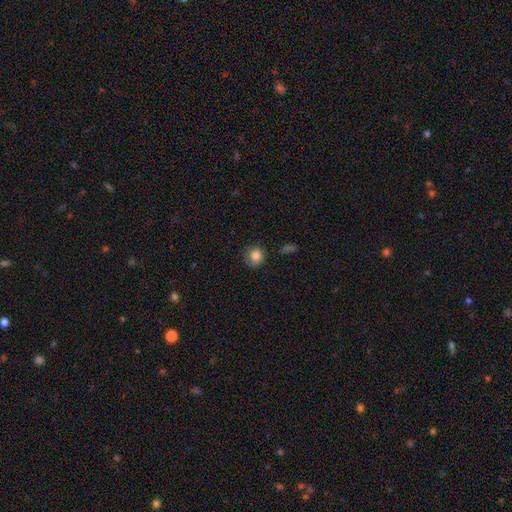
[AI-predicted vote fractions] Smooth or featured? Predicted: smooth (p=0.81). How rounded? Predicted: round (p=0.88). Merging? Predicted: none (p=0.75).